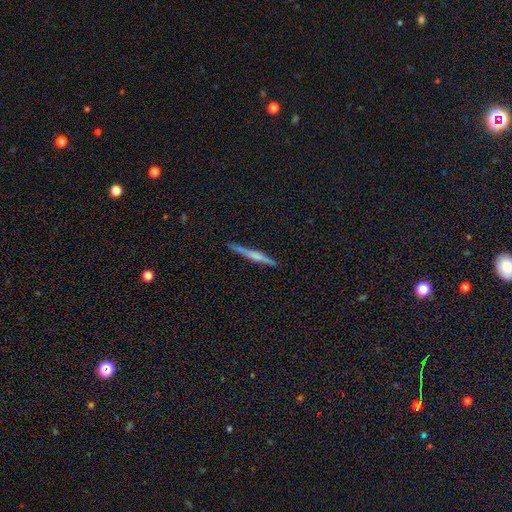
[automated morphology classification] Smooth or featured: featured or disk — 50% (smooth — 43%)
Merging: none — 84% (minor disturbance — 12%)